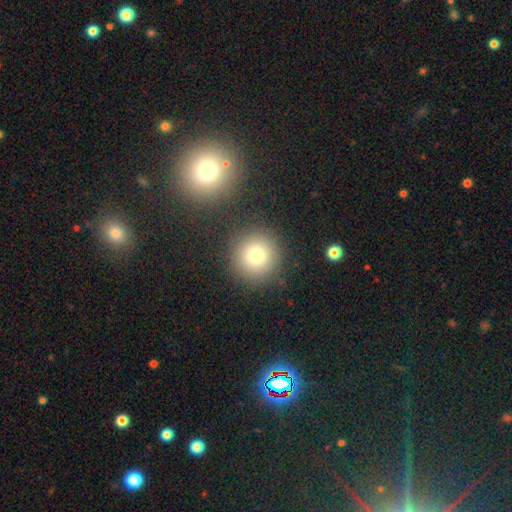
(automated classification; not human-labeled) A smooth galaxy with no disk features (79%) that is round (94%). Merging: none (86%).